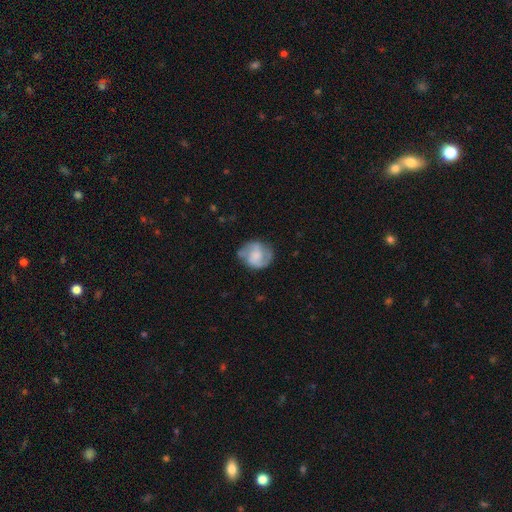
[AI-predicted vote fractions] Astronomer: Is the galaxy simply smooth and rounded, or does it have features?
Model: featured or disk — 53% (runner-up: smooth, 40%).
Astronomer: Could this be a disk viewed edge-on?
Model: no — 97%.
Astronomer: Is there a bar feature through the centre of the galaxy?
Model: no — 59%.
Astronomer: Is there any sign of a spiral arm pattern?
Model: yes — 79%.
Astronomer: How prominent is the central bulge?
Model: none — 31% (runner-up: moderate, 26%).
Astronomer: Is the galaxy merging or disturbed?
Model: none — 60%.